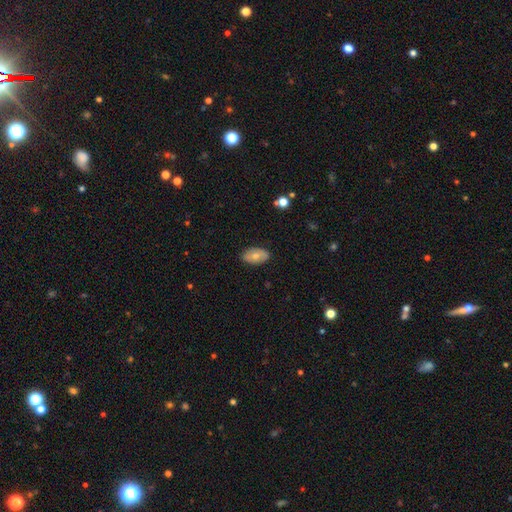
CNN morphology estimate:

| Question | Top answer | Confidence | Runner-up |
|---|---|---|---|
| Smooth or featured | smooth | 66% | featured or disk (27%) |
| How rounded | in between | 92% | round (6%) |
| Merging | none | 85% | minor disturbance (11%) |